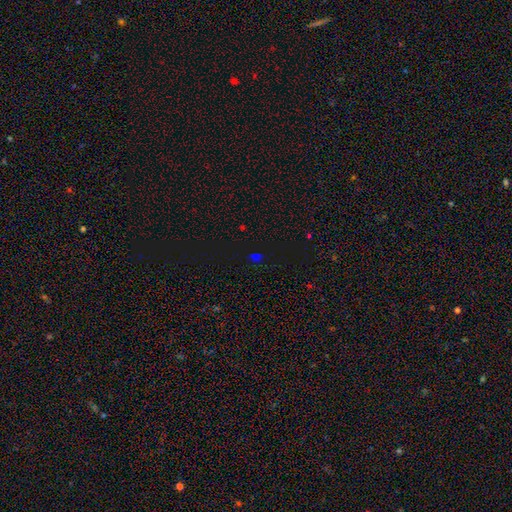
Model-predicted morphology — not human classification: Overall: star or artifact (53%; smooth 40%).